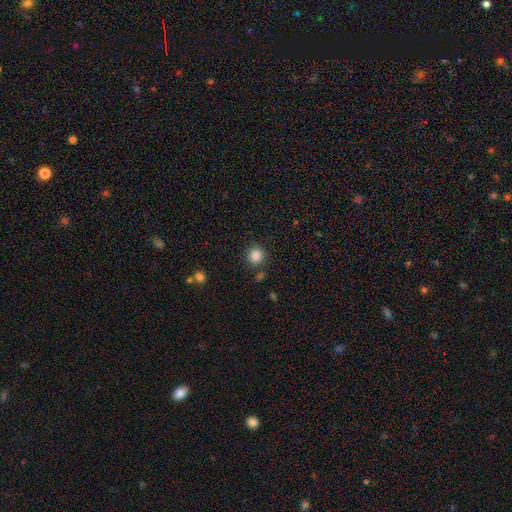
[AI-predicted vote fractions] smooth_or_featured: smooth (p=0.86) [alt: star or artifact p=0.10]
how_rounded: round (p=0.89) [alt: in between p=0.10]
merging: none (p=0.84) [alt: minor disturbance p=0.08]